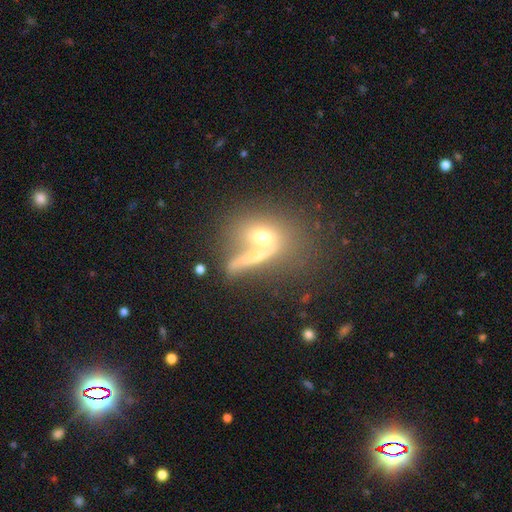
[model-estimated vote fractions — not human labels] smooth_or_featured: smooth (p=0.50) [alt: featured or disk p=0.39]
merging: merger (p=0.52) [alt: none p=0.29]